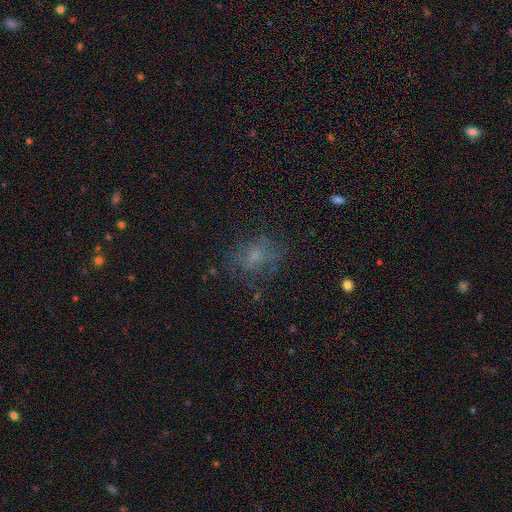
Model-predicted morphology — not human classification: Smooth or featured?
  - smooth: 55% *
  - featured or disk: 26%
  - star or artifact: 19%
How rounded?
  - in between: 63% *
  - round: 35%
  - cigar-shaped: 2%
Merging?
  - none: 62% *
  - minor disturbance: 20%
  - major disturbance: 16%
  - merger: 2%